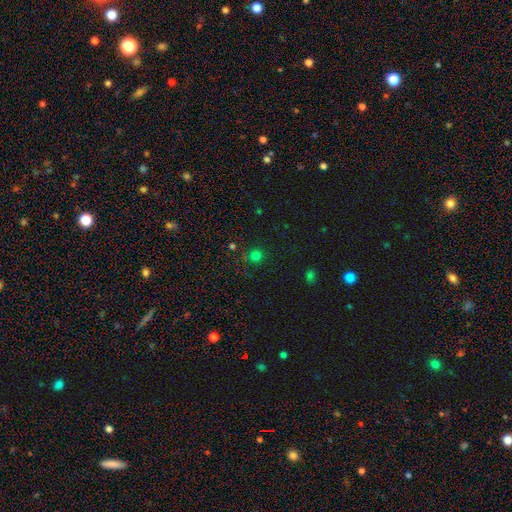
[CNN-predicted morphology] type=smooth (72%); roundness=round (93%); merging=none (81%).